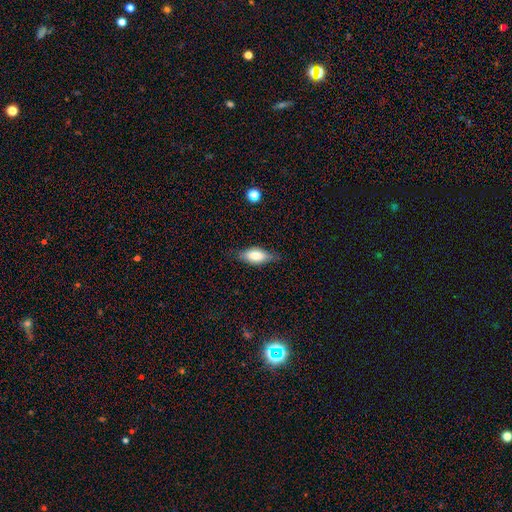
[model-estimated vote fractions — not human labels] Smooth or featured? smooth (71%)
How rounded? in between (80%)
Merging? none (74%)